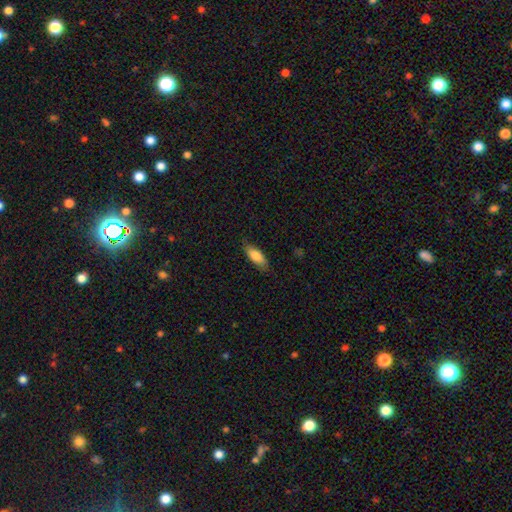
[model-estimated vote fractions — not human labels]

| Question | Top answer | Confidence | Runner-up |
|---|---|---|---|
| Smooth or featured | smooth | 80% | featured or disk (14%) |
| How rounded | in between | 68% | cigar-shaped (30%) |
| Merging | none | 81% | minor disturbance (15%) |